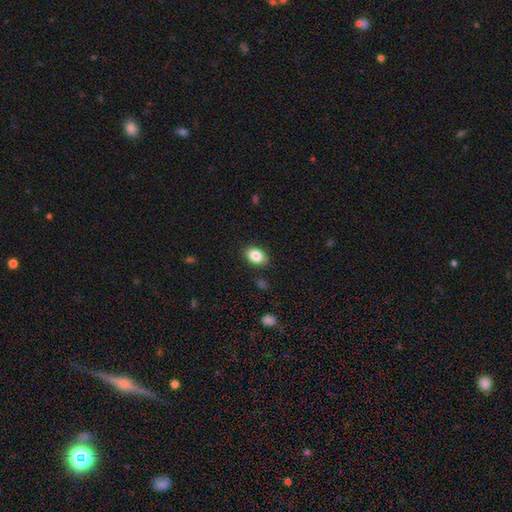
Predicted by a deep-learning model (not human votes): The model was most divided on "how rounded": in between: 84%, round: 15%, cigar-shaped: 1%. More confident: merging — none (88%); smooth or featured — smooth (85%).